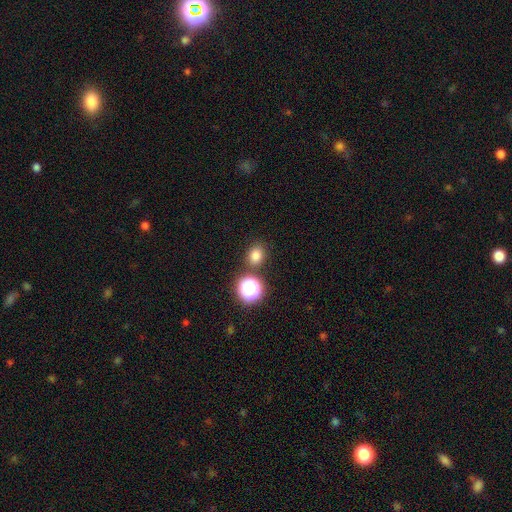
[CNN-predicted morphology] This is likely a smooth galaxy (77%). How rounded: likely round (60%). Merging: clearly none (80%).